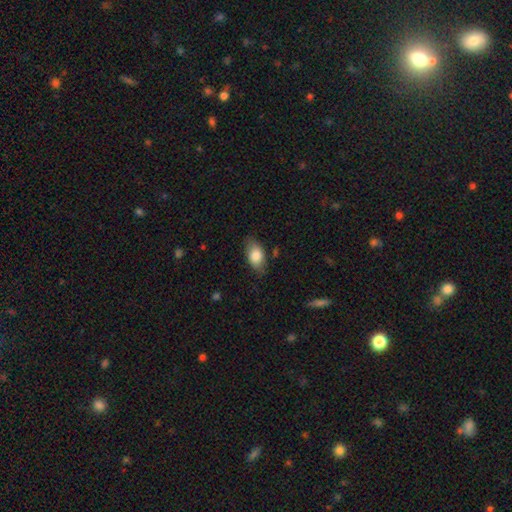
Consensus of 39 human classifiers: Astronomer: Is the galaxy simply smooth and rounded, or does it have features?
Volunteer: smooth — 92%.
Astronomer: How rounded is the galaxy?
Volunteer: in between — 86%.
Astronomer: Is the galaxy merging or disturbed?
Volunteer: none — 69%.